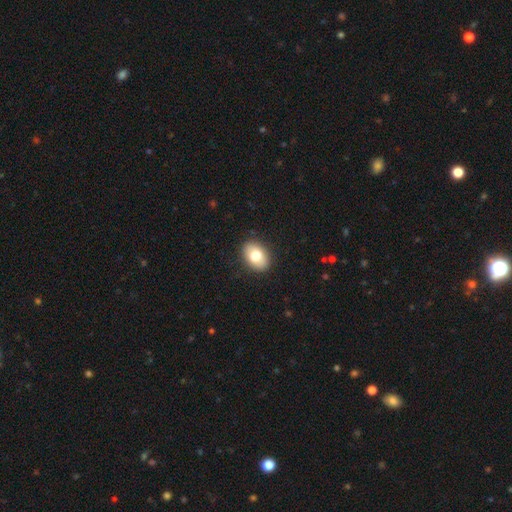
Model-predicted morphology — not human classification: This appears to be a smooth galaxy with no disk features (76%) that is in between round and cigar-shaped (81%). Merging: none (89%).